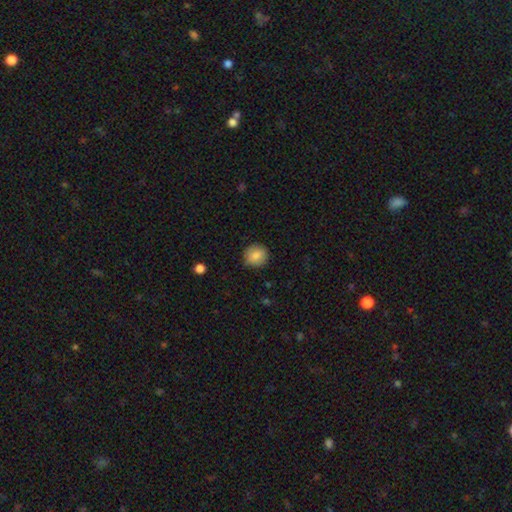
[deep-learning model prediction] Smooth or featured?
  - smooth: 84% *
  - star or artifact: 8%
  - featured or disk: 8%
How rounded?
  - round: 89% *
  - in between: 10%
  - cigar-shaped: 1%
Merging?
  - none: 85% *
  - minor disturbance: 12%
  - major disturbance: 2%
  - merger: 1%